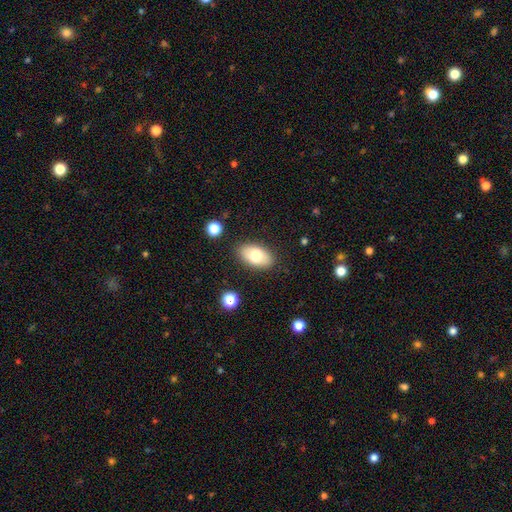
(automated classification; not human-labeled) The model was most divided on "smooth or featured": smooth: 77%, featured or disk: 15%, star or artifact: 7%. More confident: how rounded — in between (93%); merging — none (84%).